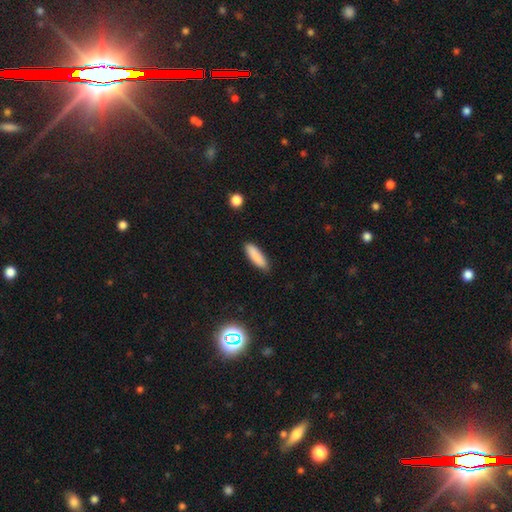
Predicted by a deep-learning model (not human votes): smooth 87%, star or artifact 7%, featured or disk 6%. Down the decision tree: how rounded — cigar-shaped (53%); merging — none (84%).